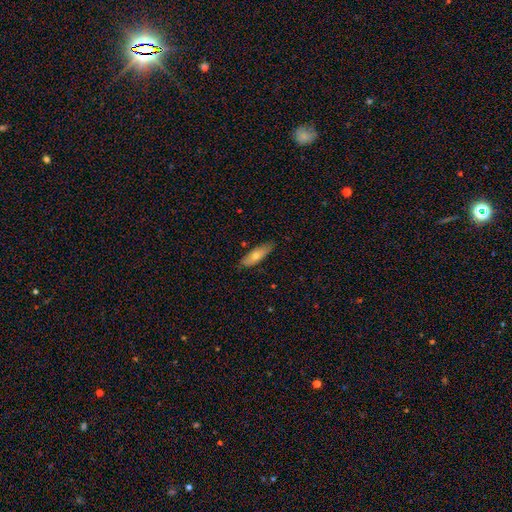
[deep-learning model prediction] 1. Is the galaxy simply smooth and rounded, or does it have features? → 61% smooth, 33% featured or disk, 7% star or artifact.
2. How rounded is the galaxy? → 51% cigar-shaped, 47% in between, 2% round.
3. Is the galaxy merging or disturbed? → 83% none, 14% minor disturbance, 2% major disturbance, 1% merger.